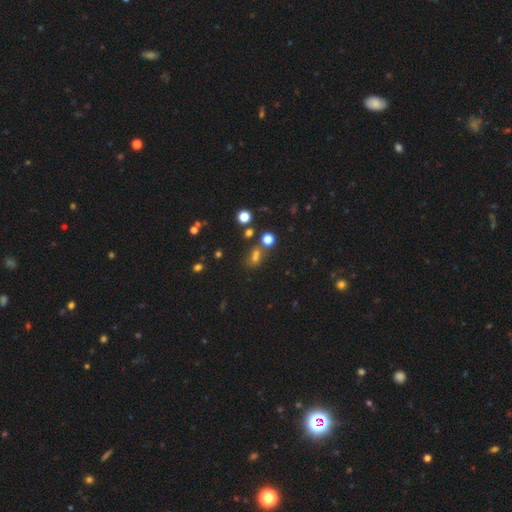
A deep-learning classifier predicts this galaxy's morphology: Smooth or featured: smooth — 58% (star or artifact — 32%)
How rounded: in between — 49% (round — 48%)
Merging: none — 52% (merger — 29%)